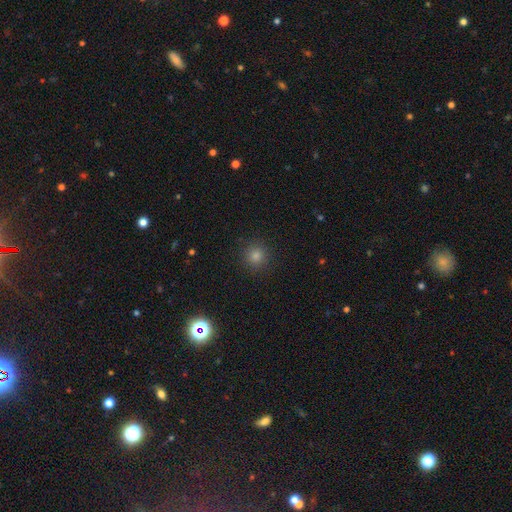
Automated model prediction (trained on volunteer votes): Overall: smooth (75%). How rounded: round (95%). Merging: none (92%).